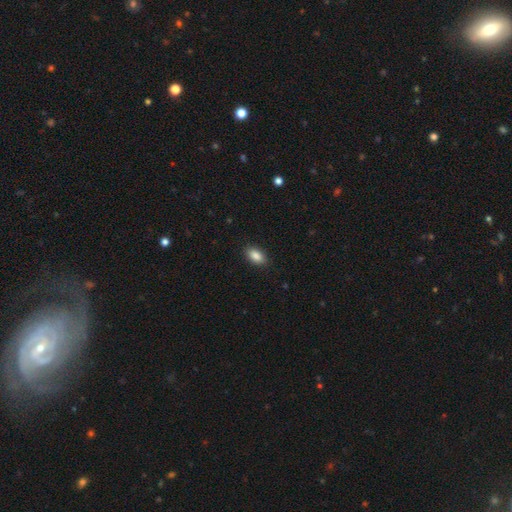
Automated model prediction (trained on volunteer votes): This is clearly a smooth galaxy (88%). How rounded: clearly in between (91%). Merging: clearly none (88%).